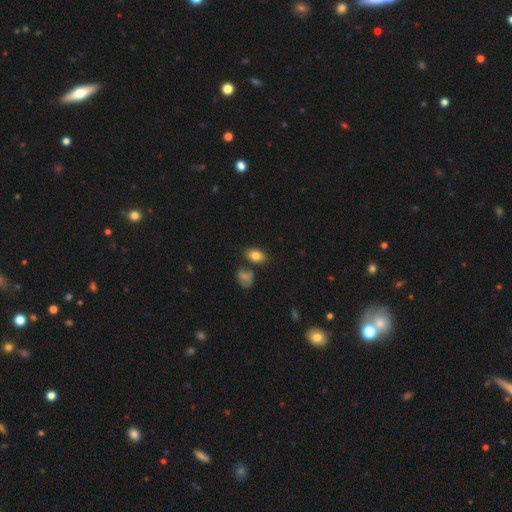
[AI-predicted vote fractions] A smooth galaxy with no disk features (81%) that is in between round and cigar-shaped (86%).

Vote fractions:
- Smooth or featured? smooth: 81% / featured or disk: 10% / star or artifact: 9%
- How rounded? in between: 86% / round: 12% / cigar-shaped: 2%
- Merging? none: 72% / minor disturbance: 14% / merger: 10% / major disturbance: 4%